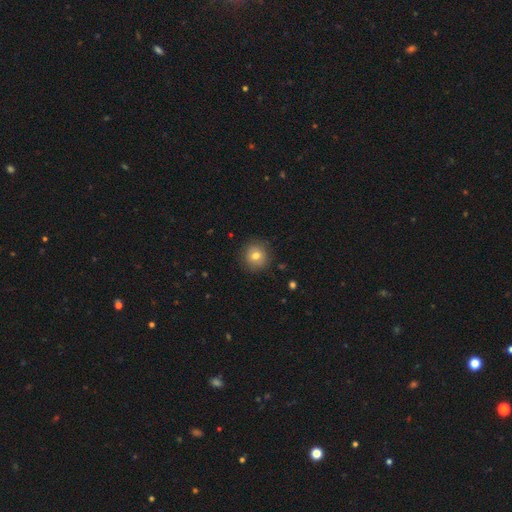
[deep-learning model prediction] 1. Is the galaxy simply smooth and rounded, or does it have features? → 76% smooth, 13% featured or disk, 11% star or artifact.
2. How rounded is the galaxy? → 92% round, 7% in between, 1% cigar-shaped.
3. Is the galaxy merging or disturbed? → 88% none, 9% minor disturbance, 3% major disturbance, 1% merger.